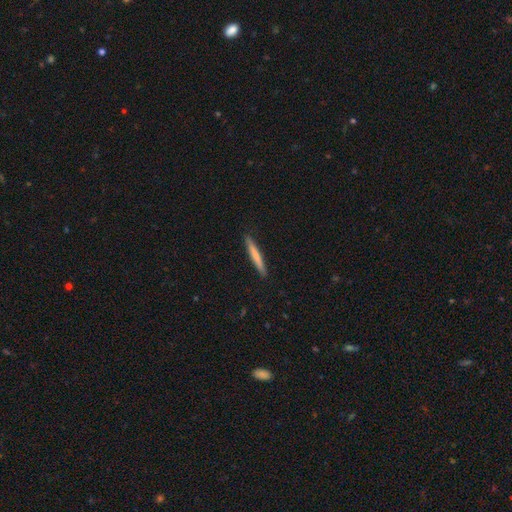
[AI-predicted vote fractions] Q: Smooth or featured?
A: smooth (70%); runner-up: featured or disk (25%)
Q: How rounded?
A: cigar-shaped (96%); runner-up: in between (3%)
Q: Merging?
A: none (91%); runner-up: minor disturbance (6%)